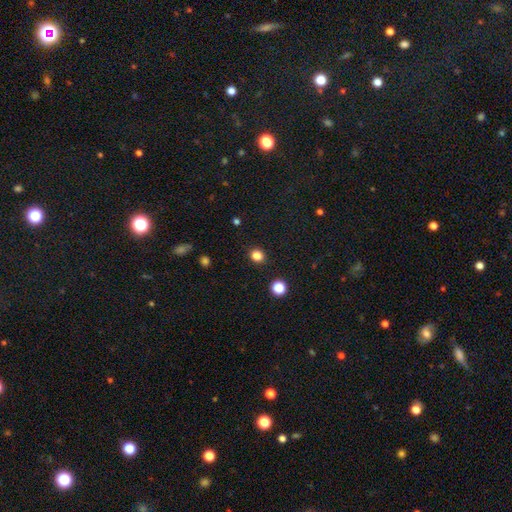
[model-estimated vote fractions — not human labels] Smooth or featured? Predicted: smooth (p=0.83). How rounded? Predicted: round (p=0.81). Merging? Predicted: none (p=0.91).